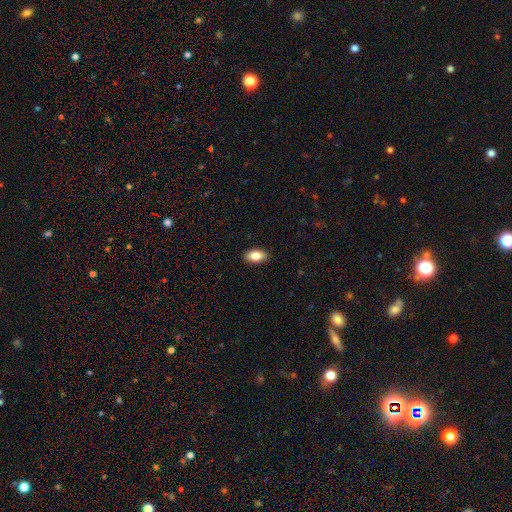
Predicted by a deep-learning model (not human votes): smooth-or-featured: smooth: 83% | featured or disk: 9% | star or artifact: 7%
  how-rounded: in between: 91% | round: 5% | cigar-shaped: 4%
  merging: none: 90% | minor disturbance: 7% | major disturbance: 2% | merger: 1%